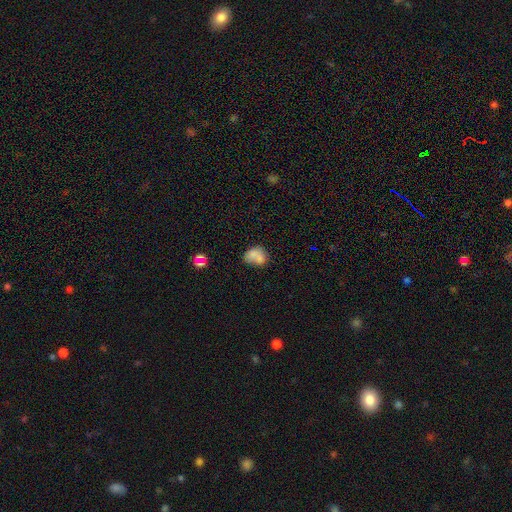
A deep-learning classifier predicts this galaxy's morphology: Q: Smooth or featured?
A: smooth (73%); runner-up: featured or disk (17%)
Q: How rounded?
A: in between (54%); runner-up: round (45%)
Q: Merging?
A: merger (36%); tied with: none (36%)